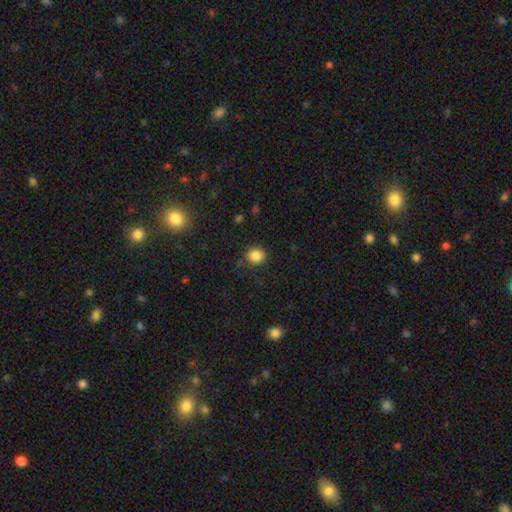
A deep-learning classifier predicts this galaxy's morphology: Smooth or featured? Predicted: smooth (p=0.85). How rounded? Predicted: round (p=0.88). Merging? Predicted: none (p=0.86).